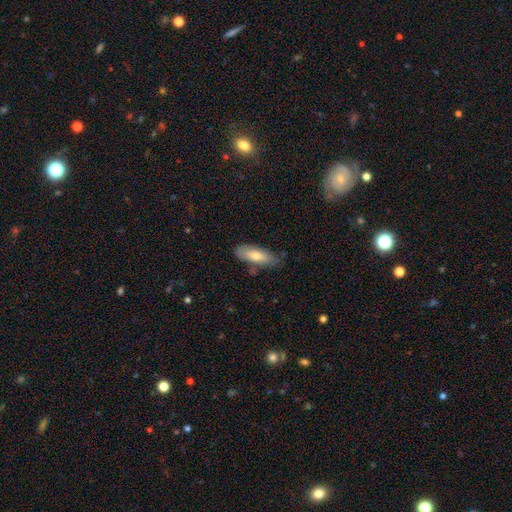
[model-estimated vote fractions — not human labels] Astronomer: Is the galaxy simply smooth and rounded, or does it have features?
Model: smooth — 69%.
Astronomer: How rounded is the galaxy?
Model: in between — 64%.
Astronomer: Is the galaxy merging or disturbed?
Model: none — 74%.